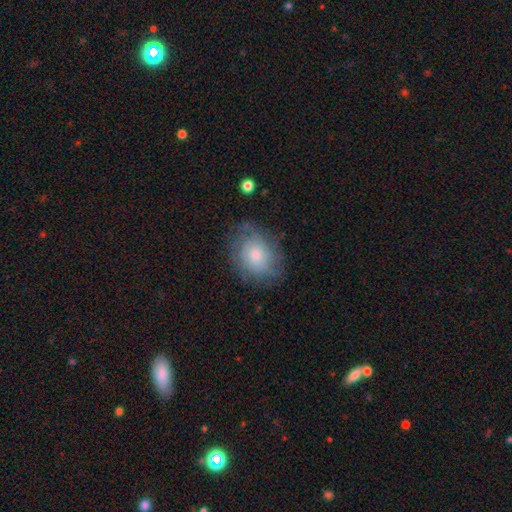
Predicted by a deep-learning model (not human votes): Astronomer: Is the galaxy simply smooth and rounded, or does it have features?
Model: smooth — 46% (runner-up: featured or disk, 44%).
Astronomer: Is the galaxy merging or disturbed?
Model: none — 71%.